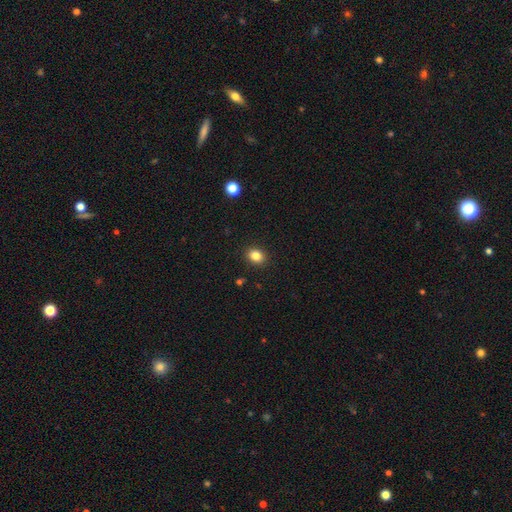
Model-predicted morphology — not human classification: Overall: smooth (83%). How rounded: round (54%; in between 45%). Merging: none (90%).